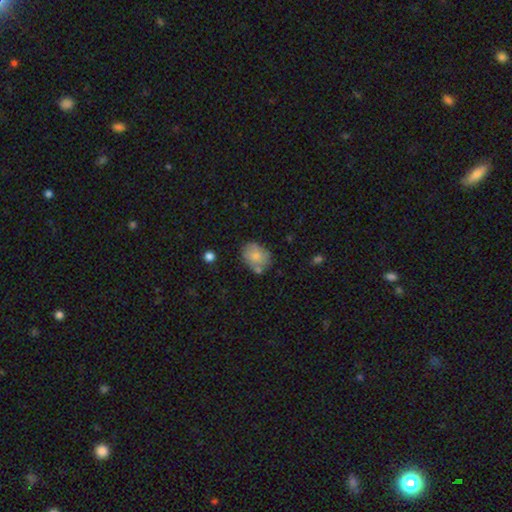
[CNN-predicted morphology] A smooth galaxy with no disk features (76%) that is in between round and cigar-shaped (54%).

Vote fractions:
- Smooth or featured? smooth: 76% / featured or disk: 17% / star or artifact: 7%
- How rounded? in between: 54% / round: 45% / cigar-shaped: 1%
- Merging? none: 63% / minor disturbance: 20% / merger: 11% / major disturbance: 5%